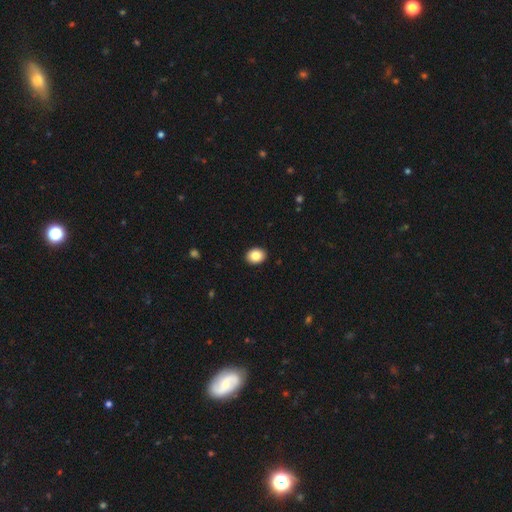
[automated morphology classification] Q: Smooth or featured?
A: smooth (86%); runner-up: star or artifact (8%)
Q: How rounded?
A: in between (55%); runner-up: round (44%)
Q: Merging?
A: none (92%); runner-up: minor disturbance (5%)